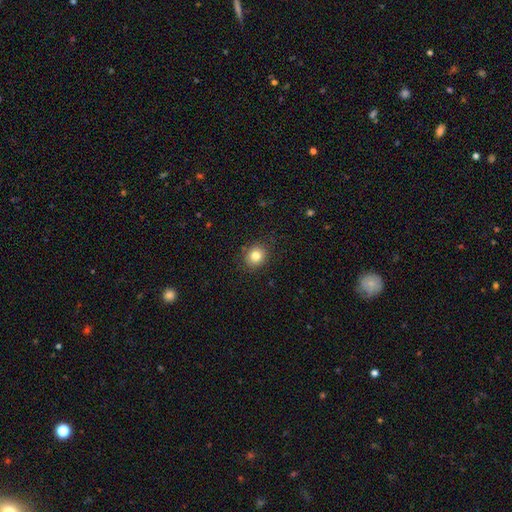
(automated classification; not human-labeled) Smooth or featured? smooth (82%)
How rounded? round (69%)
Merging? none (86%)